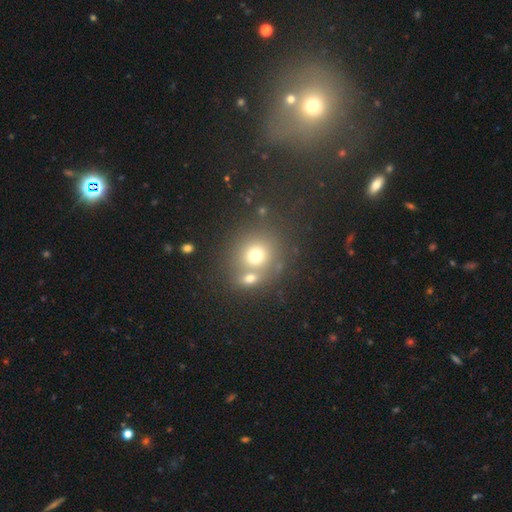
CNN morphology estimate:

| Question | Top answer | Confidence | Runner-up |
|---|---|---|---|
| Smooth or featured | smooth | 70% | star or artifact (15%) |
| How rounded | round | 86% | in between (13%) |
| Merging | none | 53% | merger (34%) |